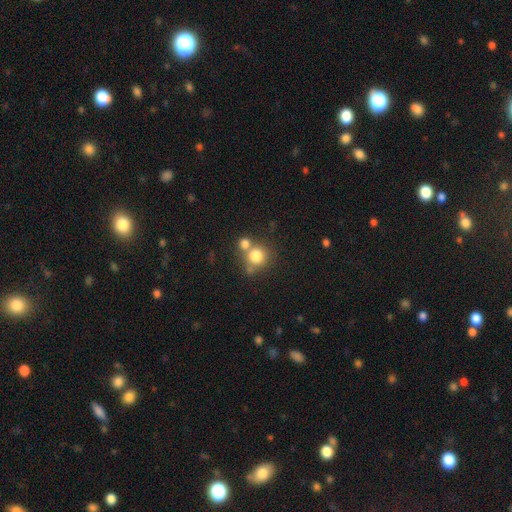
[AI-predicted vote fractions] The model was most divided on "merging": none: 48%, merger: 39%, minor disturbance: 9%, major disturbance: 4%. More confident: how rounded — round (86%); smooth or featured — smooth (78%).